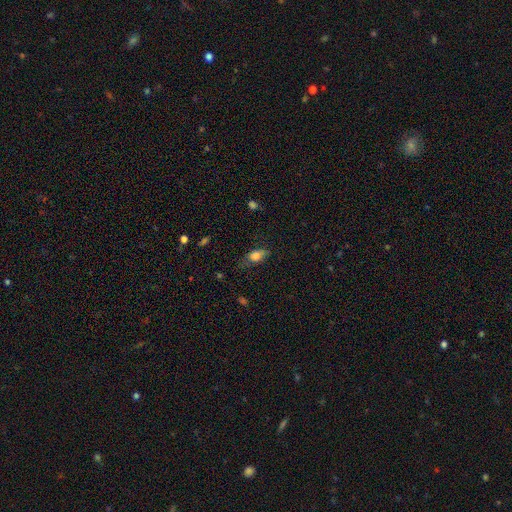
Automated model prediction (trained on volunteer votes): smooth 75%, featured or disk 14%, star or artifact 10%. Down the decision tree: how rounded — in between (79%); merging — none (59%).